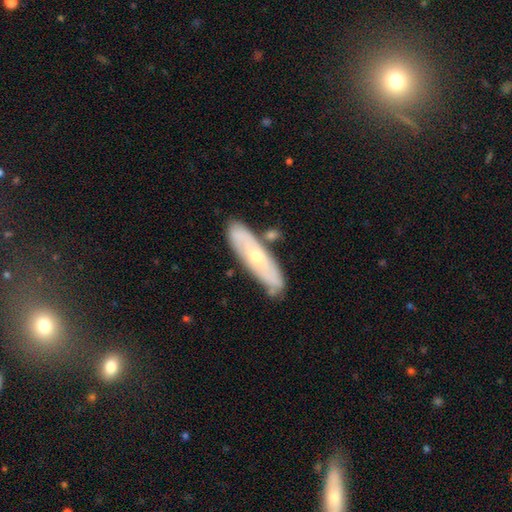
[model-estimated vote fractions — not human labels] Smooth or featured? Predicted: featured or disk (p=0.55). Edge-on disk? Predicted: no (p=0.64). Merging? Predicted: none (p=0.73).